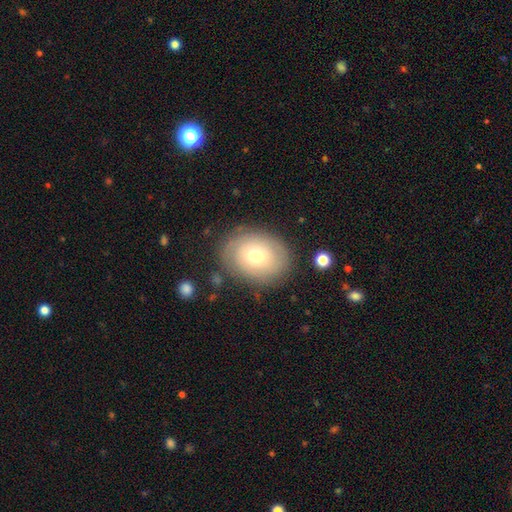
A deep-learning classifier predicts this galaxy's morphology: smooth_or_featured: smooth (p=0.61) [alt: featured or disk p=0.30]
how_rounded: in between (p=0.57) [alt: round p=0.42]
merging: none (p=0.79) [alt: minor disturbance p=0.14]